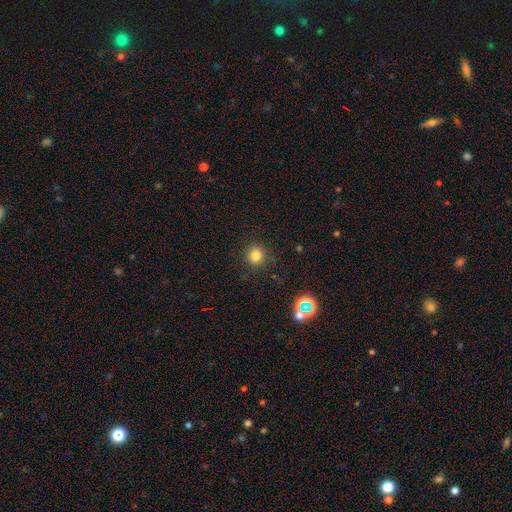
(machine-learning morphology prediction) This is clearly a smooth galaxy (80%). How rounded: clearly round (90%). Merging: clearly none (89%).